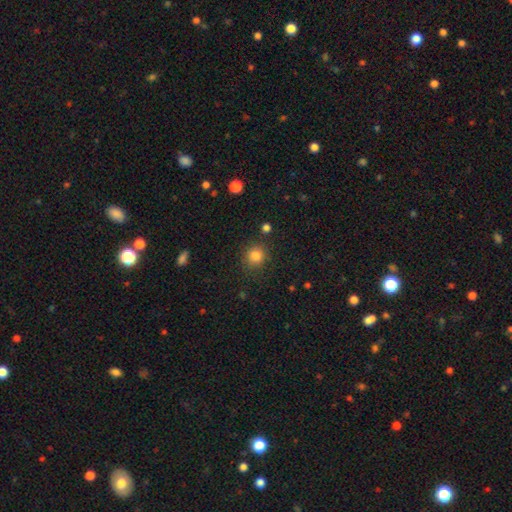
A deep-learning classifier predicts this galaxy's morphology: Overall: smooth (83%). How rounded: round (88%). Merging: none (85%).